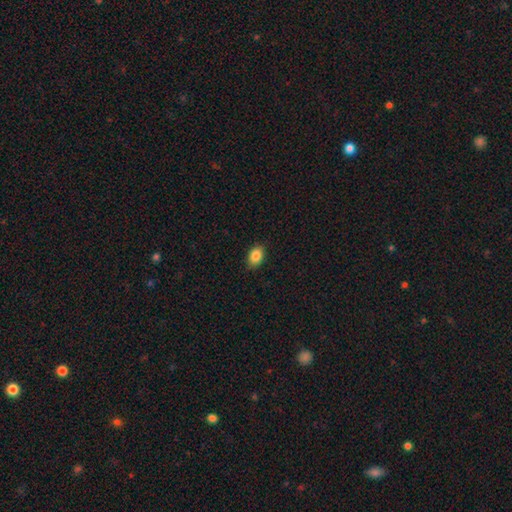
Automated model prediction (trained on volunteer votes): Smooth or featured? smooth (86%)
How rounded? in between (77%)
Merging? none (86%)